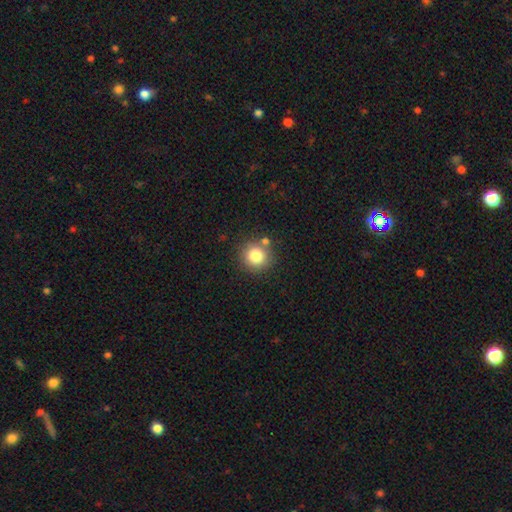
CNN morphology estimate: smooth-or-featured: smooth: 80% | star or artifact: 11% | featured or disk: 8%
  how-rounded: round: 91% | in between: 8% | cigar-shaped: 1%
  merging: none: 78% | merger: 10% | minor disturbance: 10% | major disturbance: 3%